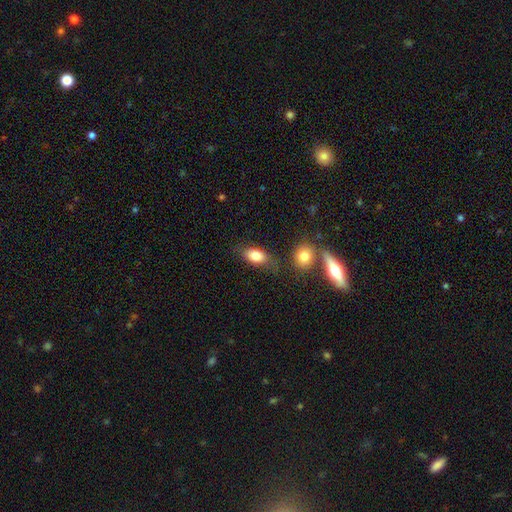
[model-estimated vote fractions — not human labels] Smooth or featured: smooth — 82% (featured or disk — 9%)
How rounded: in between — 86% (round — 9%)
Merging: none — 67% (minor disturbance — 18%)